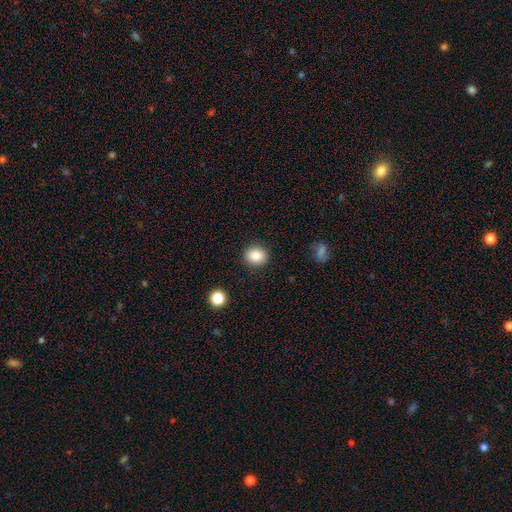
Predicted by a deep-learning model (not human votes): This is clearly a smooth galaxy (85%). How rounded: likely round (76%). Merging: clearly none (89%).